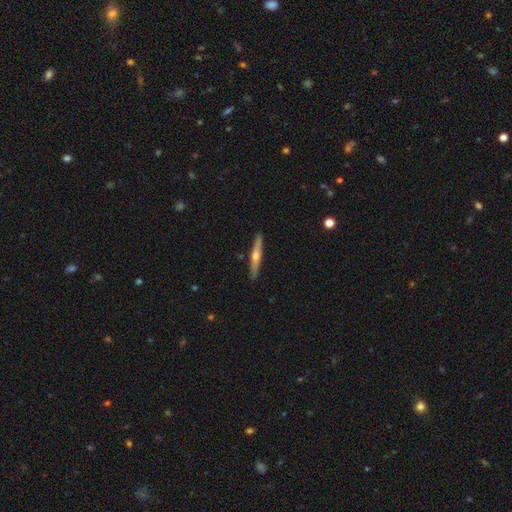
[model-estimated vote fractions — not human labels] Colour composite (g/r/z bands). It shows a featured or disk galaxy (63%) viewed edge-on (97%) with a rounded central bulge (88%). Merging: none (91%).